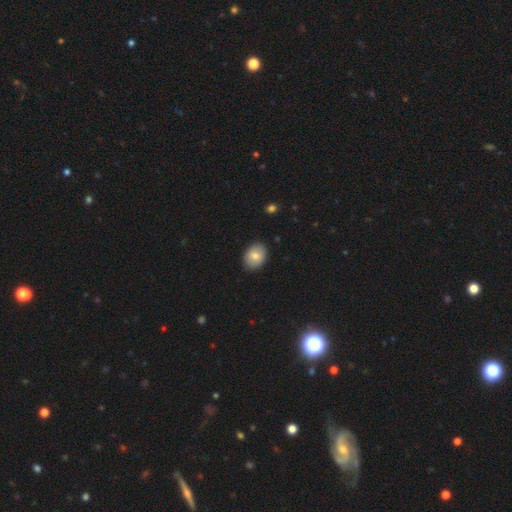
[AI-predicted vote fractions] Smooth or featured? smooth (79%)
How rounded? in between (70%)
Merging? none (87%)